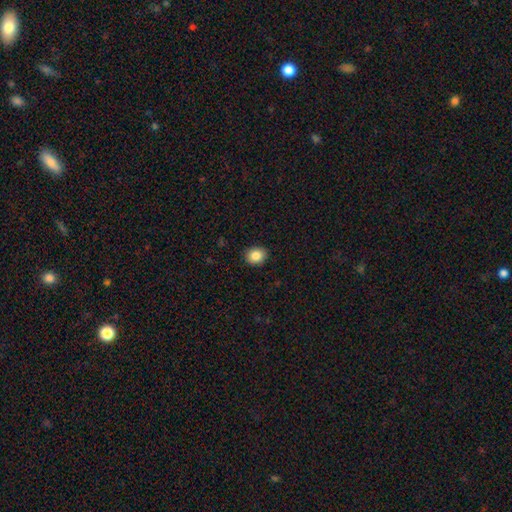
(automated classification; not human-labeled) Smooth or featured? smooth (86%)
How rounded? round (68%)
Merging? none (91%)